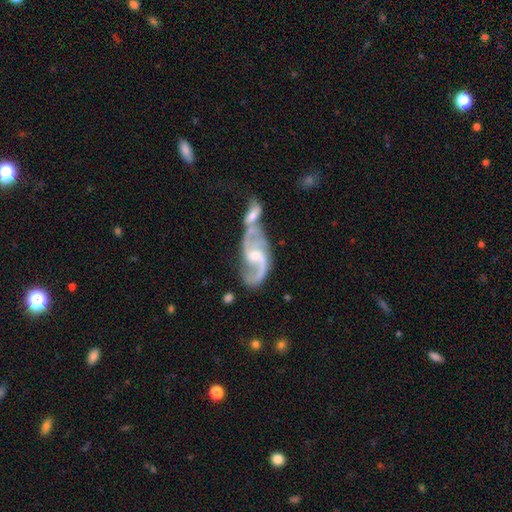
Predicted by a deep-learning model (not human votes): Smooth or featured? Predicted: featured or disk (p=0.89). Edge-on disk? Predicted: no (p=0.96). Bar? Predicted: weak (p=0.48). Spiral arms? Predicted: yes (p=0.96). Spiral winding? Predicted: loose (p=0.49). Spiral arm count? Predicted: 2 (p=0.88). Bulge size? Predicted: small (p=0.47). Merging? Predicted: merger (p=0.52).